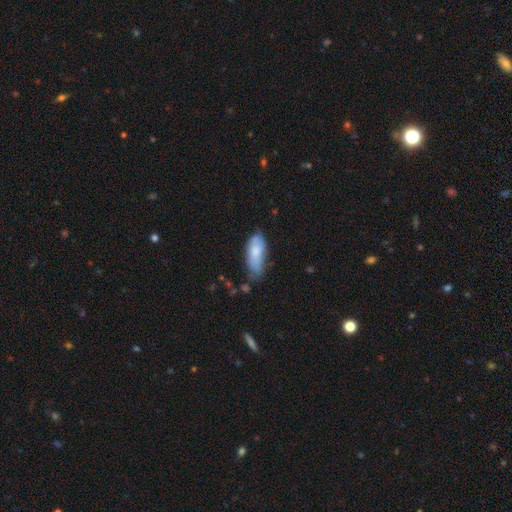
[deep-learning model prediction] smooth 69%, featured or disk 21%, star or artifact 9%. Down the decision tree: how rounded — in between (71%); merging — none (60%).